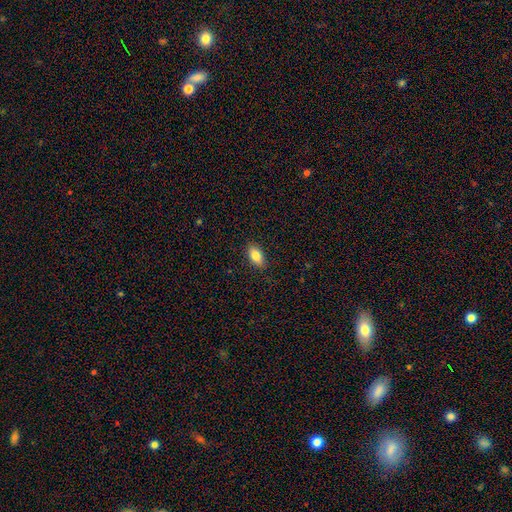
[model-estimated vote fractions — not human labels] Q: Smooth or featured?
A: smooth (84%); runner-up: featured or disk (9%)
Q: How rounded?
A: in between (91%); runner-up: cigar-shaped (5%)
Q: Merging?
A: none (88%); runner-up: minor disturbance (9%)